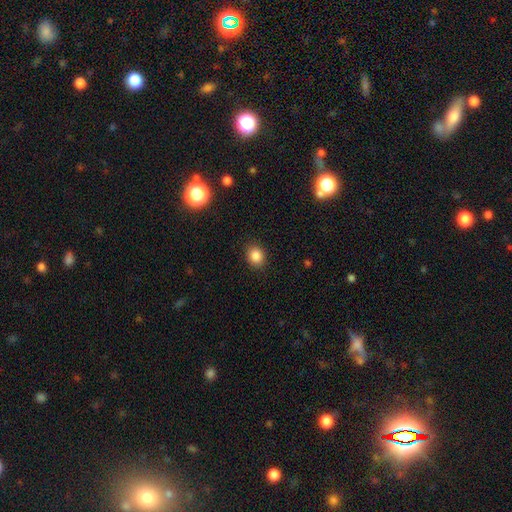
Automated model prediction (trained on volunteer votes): A smooth galaxy with no disk features (85%) that is round (62%). Merging: none (89%).